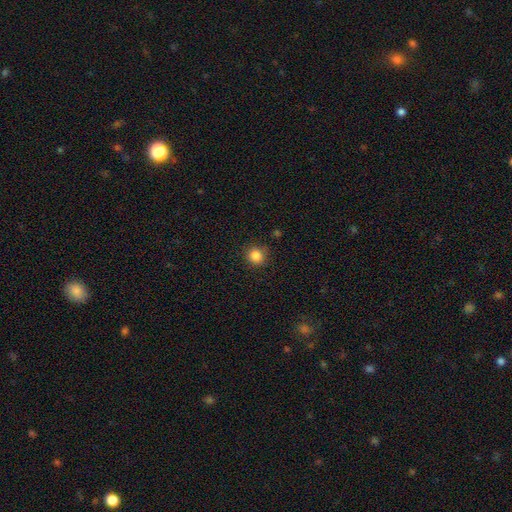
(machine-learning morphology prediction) A smooth galaxy with no disk features (86%) that is round (90%).

Vote fractions:
- Smooth or featured? smooth: 86% / star or artifact: 11% / featured or disk: 3%
- How rounded? round: 90% / in between: 9% / cigar-shaped: 1%
- Merging? none: 87% / minor disturbance: 9% / major disturbance: 3% / merger: 1%